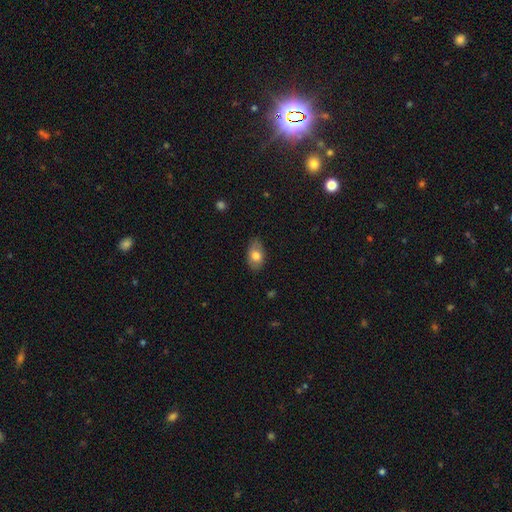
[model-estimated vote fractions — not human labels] smooth_or_featured: smooth (p=0.74) [alt: featured or disk p=0.19]
how_rounded: in between (p=0.89) [alt: round p=0.09]
merging: none (p=0.78) [alt: minor disturbance p=0.18]